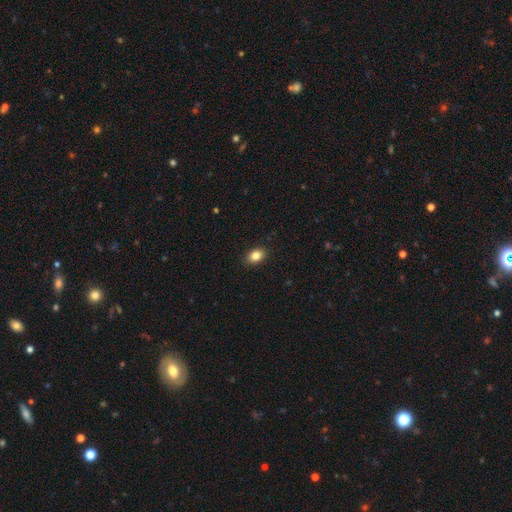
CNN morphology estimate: smooth-or-featured: smooth: 84% | star or artifact: 9% | featured or disk: 6%
  how-rounded: in between: 74% | round: 24% | cigar-shaped: 1%
  merging: none: 88% | minor disturbance: 9% | major disturbance: 2% | merger: 1%